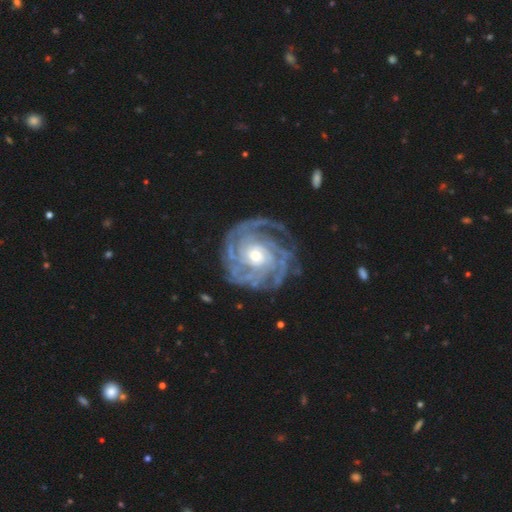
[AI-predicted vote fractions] The model was most divided on "spiral arm count": can't tell: 25%, 3: 19%, 4: 18%, more than 4: 16%, 2: 13%, 1: 8%. More confident: spiral arms — yes (98%); edge-on disk — no (98%); smooth or featured — featured or disk (91%); spiral winding — tight (77%); merging — none (76%); bar — no (73%); bulge size — moderate (65%).